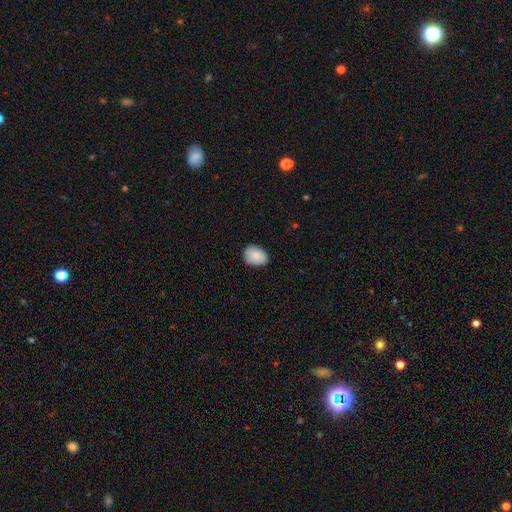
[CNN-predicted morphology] Overall: smooth (87%). How rounded: in between (77%). Merging: none (83%).